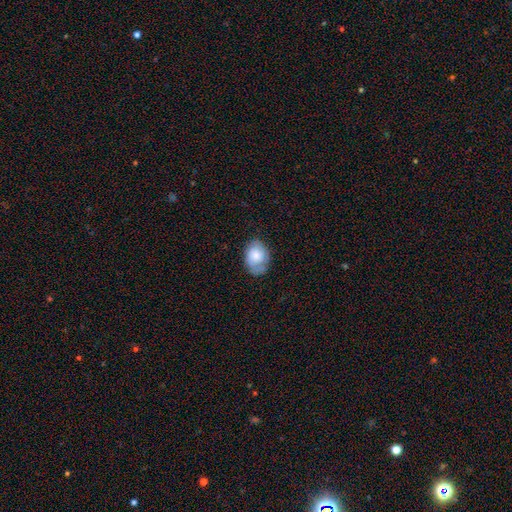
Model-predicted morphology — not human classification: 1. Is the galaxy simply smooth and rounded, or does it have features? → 68% smooth, 25% featured or disk, 7% star or artifact.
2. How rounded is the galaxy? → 71% in between, 28% round, 1% cigar-shaped.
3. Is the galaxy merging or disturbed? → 59% none, 29% minor disturbance, 10% major disturbance, 2% merger.